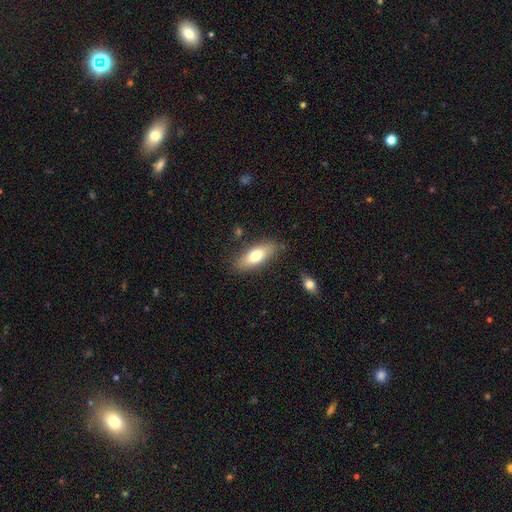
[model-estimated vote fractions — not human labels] Smooth or featured? smooth (72%)
How rounded? in between (71%)
Merging? none (83%)